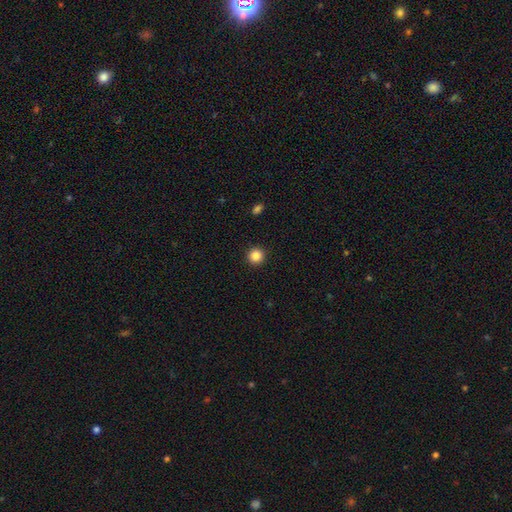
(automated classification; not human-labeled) Q: Smooth or featured?
A: smooth (86%); runner-up: star or artifact (11%)
Q: How rounded?
A: round (95%); runner-up: in between (4%)
Q: Merging?
A: none (93%); runner-up: minor disturbance (4%)